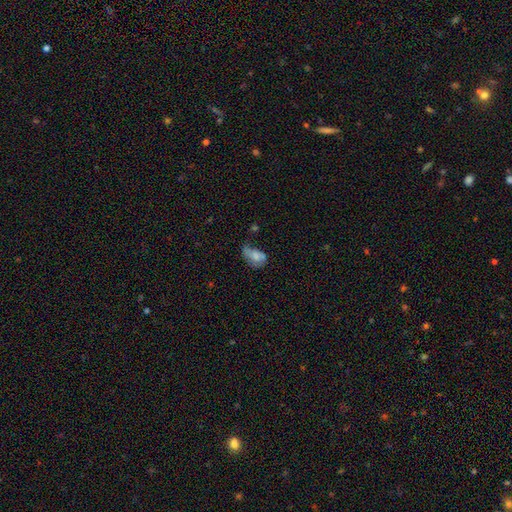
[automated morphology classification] This appears to be a smooth galaxy with no disk features (61%) that is in between round and cigar-shaped (86%). Merging: major disturbance (33%).